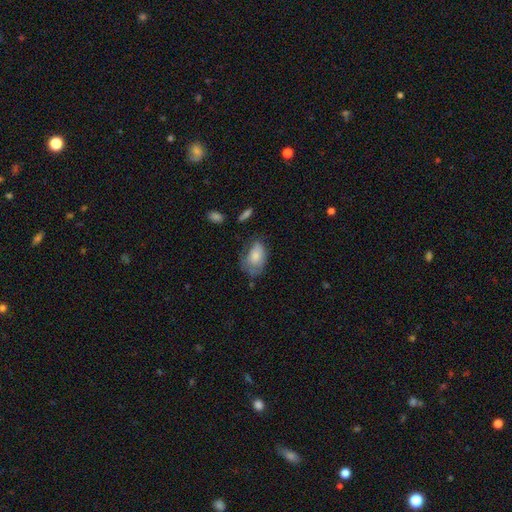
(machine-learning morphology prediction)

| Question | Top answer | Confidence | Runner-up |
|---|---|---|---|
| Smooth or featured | smooth | 74% | featured or disk (19%) |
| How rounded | in between | 89% | round (9%) |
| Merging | none | 43% | minor disturbance (34%) |